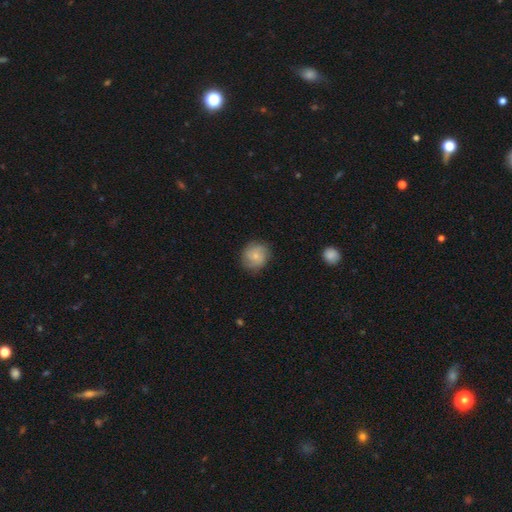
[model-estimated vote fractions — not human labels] This is possibly a smooth galaxy (56%). How rounded: clearly round (85%). Merging: clearly none (81%).